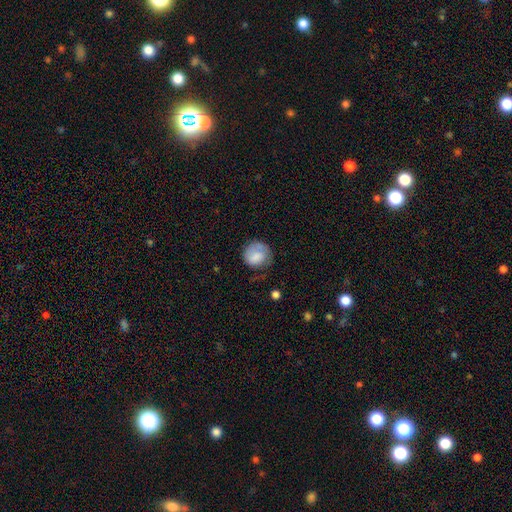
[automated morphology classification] Smooth or featured: smooth — 74% (featured or disk — 20%)
How rounded: round — 85% (in between — 15%)
Merging: none — 60% (minor disturbance — 25%)